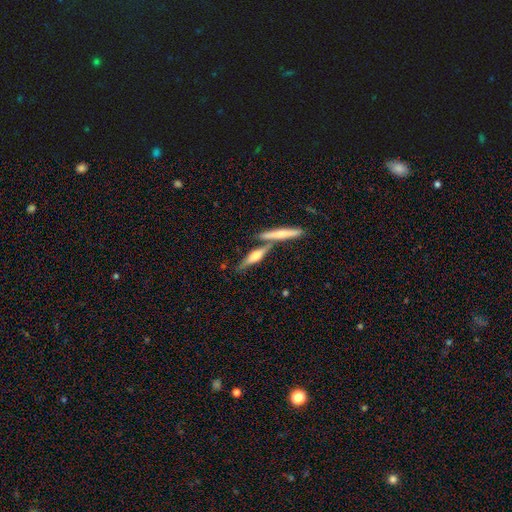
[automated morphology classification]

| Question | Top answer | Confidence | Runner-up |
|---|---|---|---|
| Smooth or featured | featured or disk | 60% | smooth (33%) |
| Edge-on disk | yes | 95% | no (5%) |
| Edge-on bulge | rounded | 87% | boxy (8%) |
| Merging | none | 64% | merger (24%) |